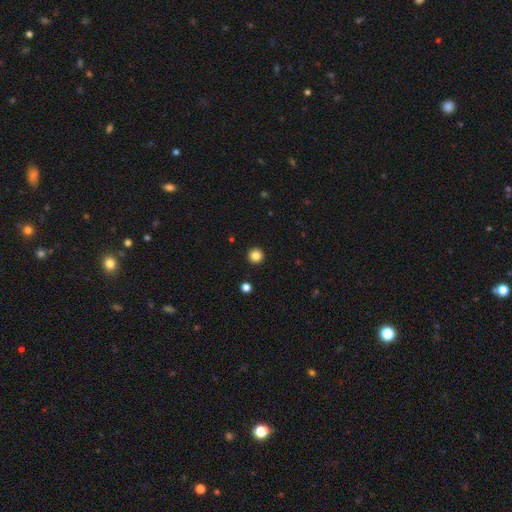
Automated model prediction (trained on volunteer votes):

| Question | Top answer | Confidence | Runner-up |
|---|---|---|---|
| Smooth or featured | smooth | 84% | star or artifact (11%) |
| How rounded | round | 96% | in between (3%) |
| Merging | none | 94% | minor disturbance (4%) |